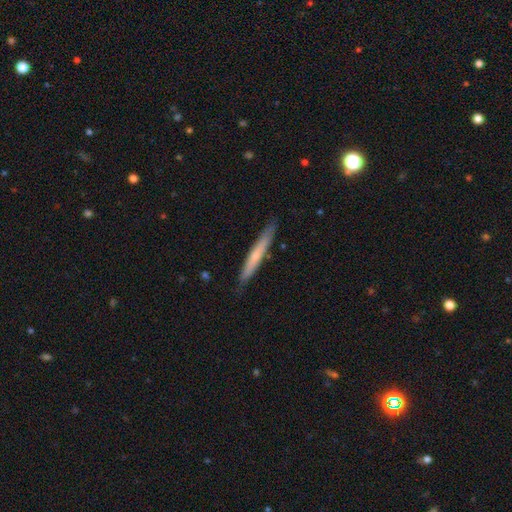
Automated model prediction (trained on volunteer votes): This appears to be a smooth galaxy with no disk features (56%) that is cigar-shaped (96%). Merging: none (86%).